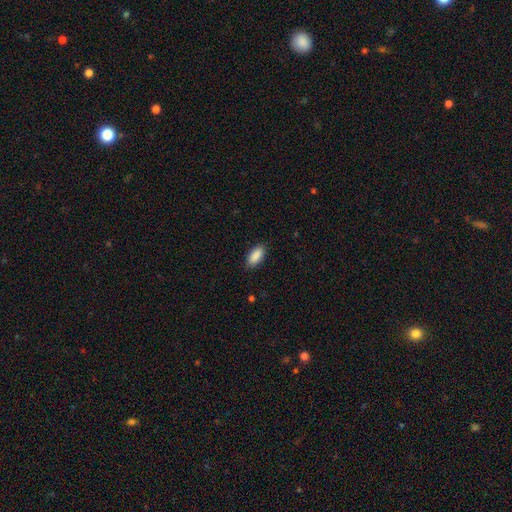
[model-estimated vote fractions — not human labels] The model was most divided on "merging": none: 88%, minor disturbance: 9%, major disturbance: 2%, merger: 1%. More confident: smooth or featured — smooth (90%); how rounded — in between (89%).